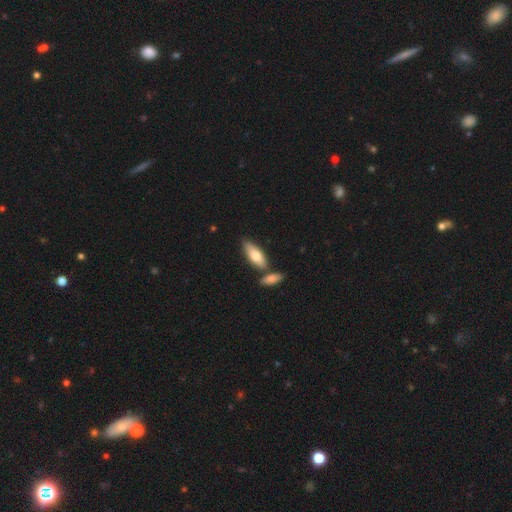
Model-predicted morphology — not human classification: The model was most divided on "merging": none: 61%, merger: 24%, minor disturbance: 13%, major disturbance: 3%. More confident: how rounded — in between (74%); smooth or featured — smooth (72%).